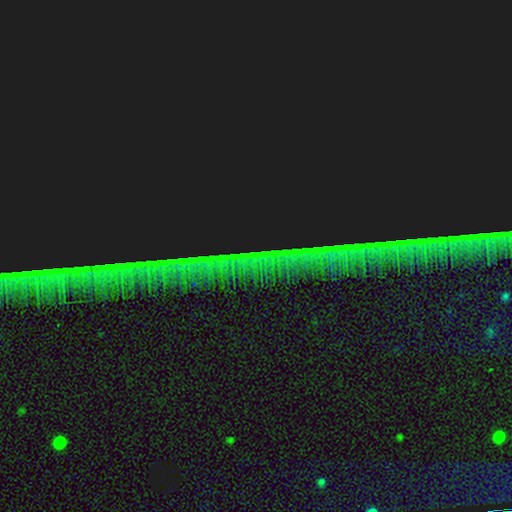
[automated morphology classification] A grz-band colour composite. It shows a star or artifact, not a galaxy (87%).